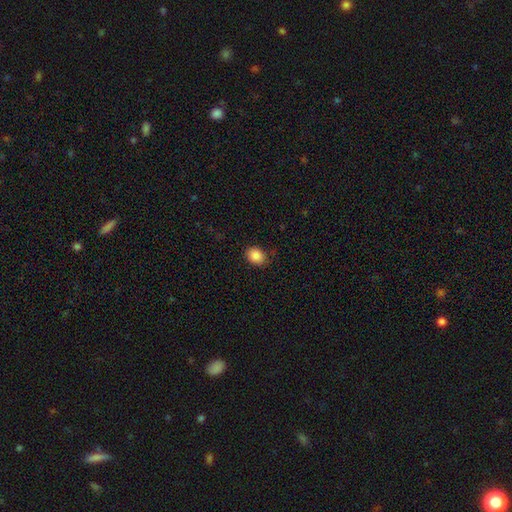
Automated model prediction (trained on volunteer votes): Smooth or featured? Predicted: smooth (p=0.88). How rounded? Predicted: in between (p=0.52). Merging? Predicted: none (p=0.81).